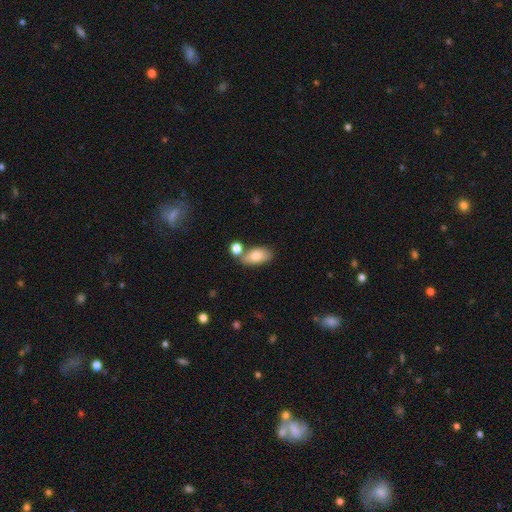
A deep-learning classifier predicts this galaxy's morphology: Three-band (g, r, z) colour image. It shows a smooth galaxy with no disk features (79%) that is in between round and cigar-shaped (90%). Merging: none (58%).